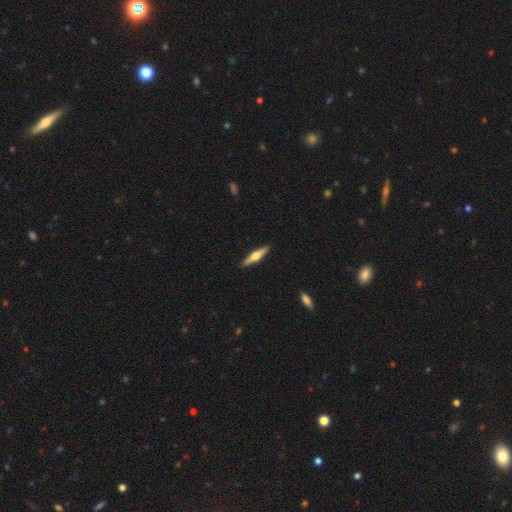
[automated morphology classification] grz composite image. It shows a featured or disk galaxy (64%) viewed edge-on (97%) with a rounded central bulge (94%). Merging: none (91%).